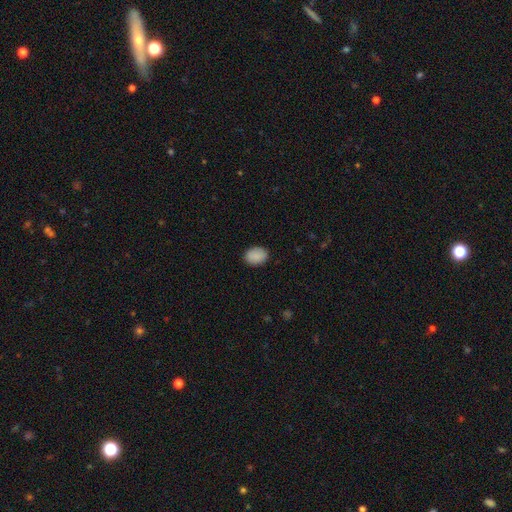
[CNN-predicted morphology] This is clearly a smooth galaxy (90%). How rounded: likely in between (72%). Merging: clearly none (88%).